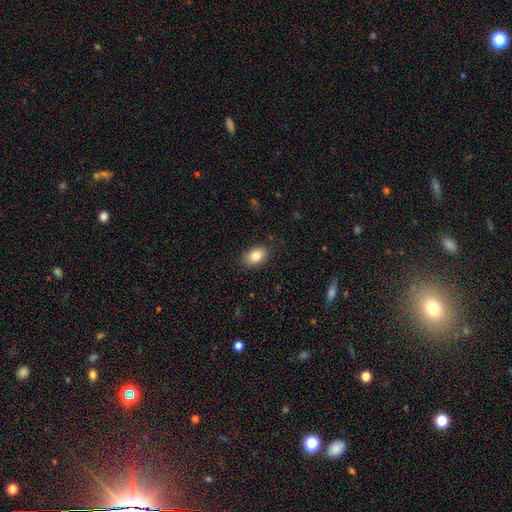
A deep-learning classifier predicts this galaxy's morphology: smooth 84%, star or artifact 8%, featured or disk 8%. Down the decision tree: how rounded — in between (87%); merging — none (86%).